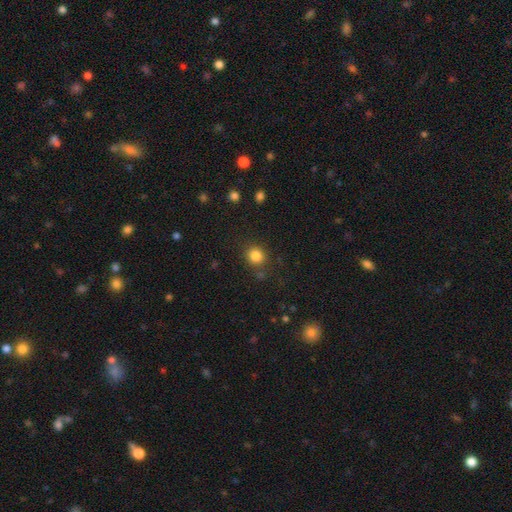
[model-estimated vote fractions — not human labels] Morphology: type=smooth (84%); roundness=round (84%); merging=none (82%).